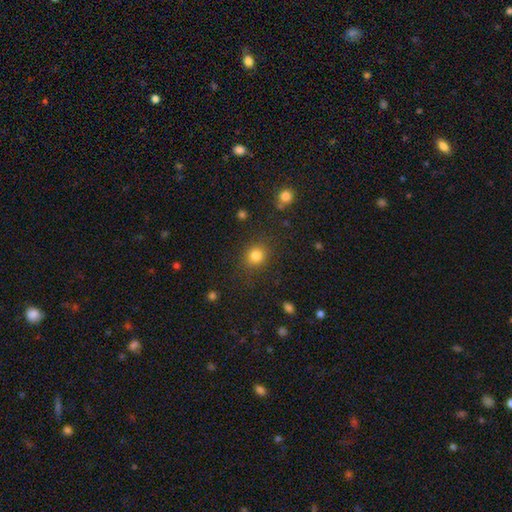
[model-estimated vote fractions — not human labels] Smooth or featured? smooth (83%)
How rounded? round (85%)
Merging? none (85%)